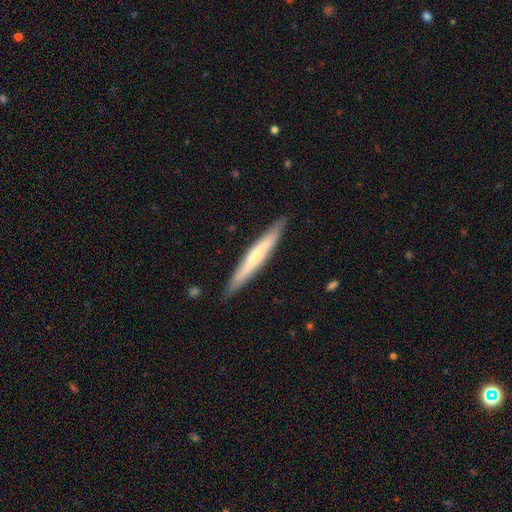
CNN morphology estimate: Smooth or featured?
  - smooth: 50% *
  - featured or disk: 45%
  - star or artifact: 5%
Merging?
  - none: 89% *
  - minor disturbance: 9%
  - major disturbance: 1%
  - merger: 1%